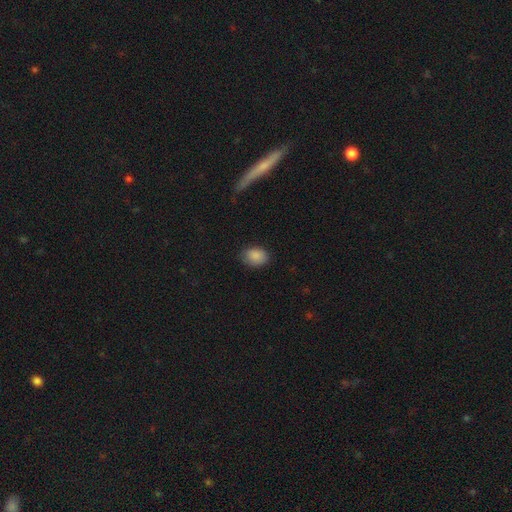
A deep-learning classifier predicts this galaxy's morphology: This is clearly a smooth galaxy (88%). How rounded: likely in between (73%). Merging: likely none (78%).